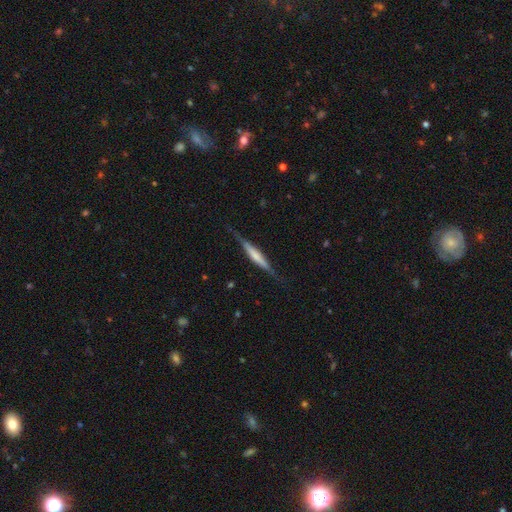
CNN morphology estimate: Smooth or featured: featured or disk — 63% (smooth — 31%)
Edge-on disk: yes — 96% (no — 4%)
Edge-on bulge: rounded — 40% (boxy — 32%)
Merging: none — 80% (minor disturbance — 15%)